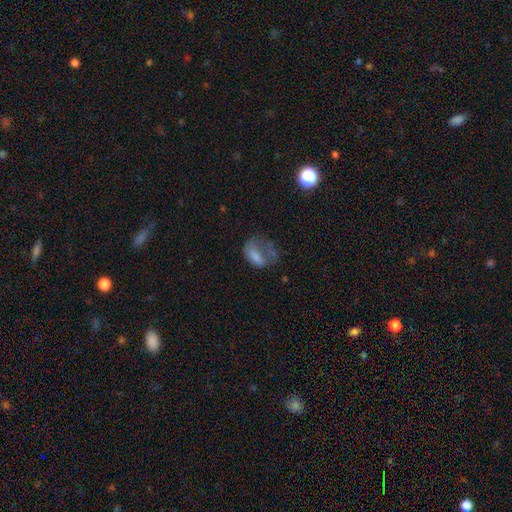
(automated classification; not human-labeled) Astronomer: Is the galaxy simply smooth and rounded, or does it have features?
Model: smooth — 66%.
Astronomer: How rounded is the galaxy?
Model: in between — 83%.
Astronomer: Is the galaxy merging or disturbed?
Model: major disturbance — 50%.